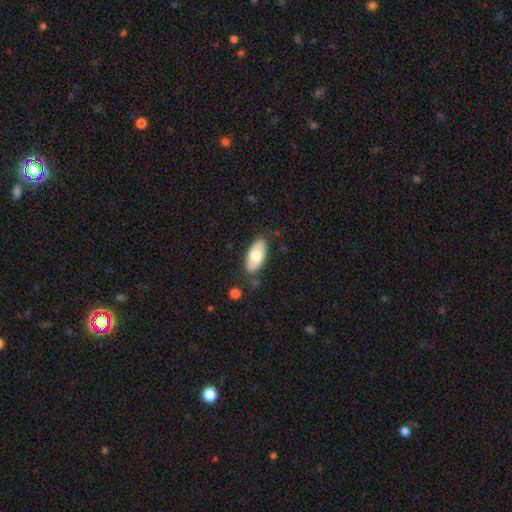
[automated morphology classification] This appears to be a smooth galaxy with no disk features (68%) that is in between round and cigar-shaped (91%). Merging: none (79%).